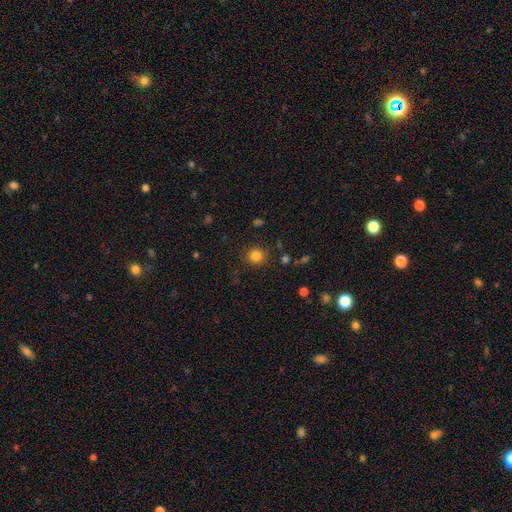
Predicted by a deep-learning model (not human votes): smooth-or-featured: smooth: 83% | star or artifact: 12% | featured or disk: 5%
  how-rounded: round: 90% | in between: 9% | cigar-shaped: 1%
  merging: none: 85% | minor disturbance: 9% | major disturbance: 4% | merger: 2%